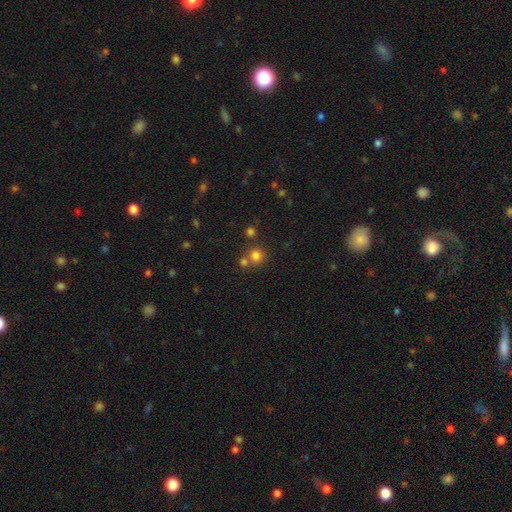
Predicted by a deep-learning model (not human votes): Overall: smooth (76%). How rounded: round (88%). Merging: none (60%; merger 29%).